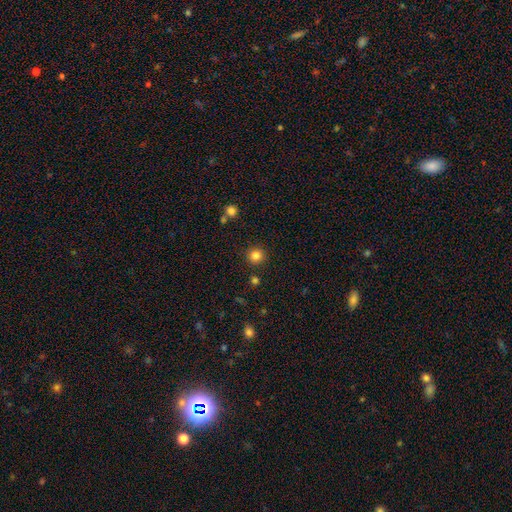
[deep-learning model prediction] A smooth galaxy with no disk features (83%) that is round (92%). Merging: none (89%).